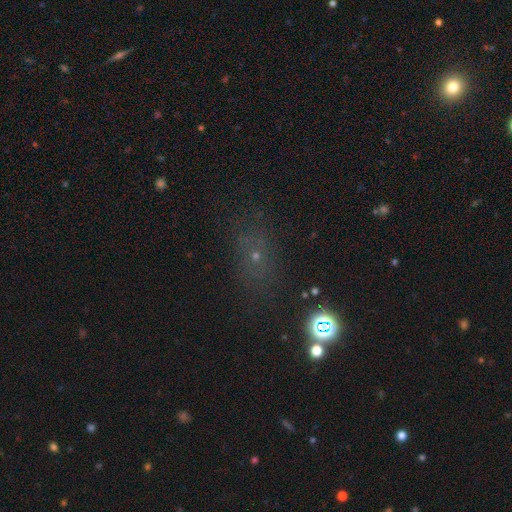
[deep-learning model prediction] Smooth or featured? smooth (46%)
Merging? none (72%)